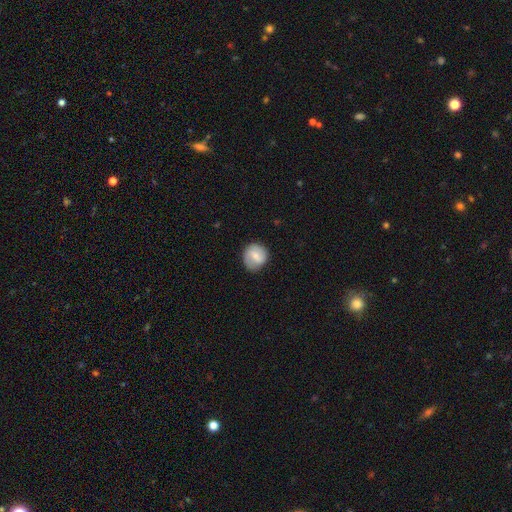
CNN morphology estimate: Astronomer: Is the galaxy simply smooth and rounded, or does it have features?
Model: smooth — 62%.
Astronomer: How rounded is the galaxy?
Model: round — 85%.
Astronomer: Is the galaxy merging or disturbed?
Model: none — 78%.